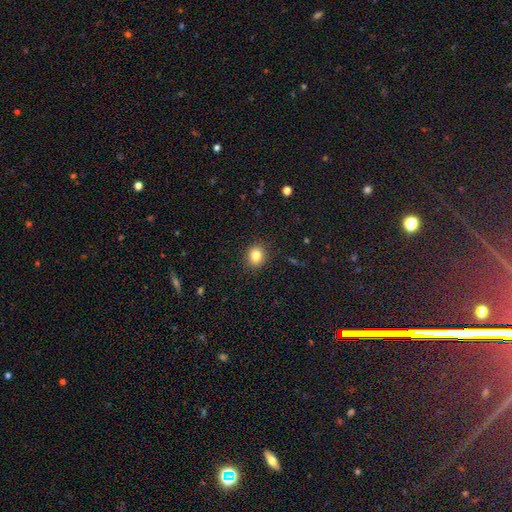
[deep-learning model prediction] Smooth or featured?
  - smooth: 82% *
  - star or artifact: 11%
  - featured or disk: 7%
How rounded?
  - round: 74% *
  - in between: 25%
  - cigar-shaped: 1%
Merging?
  - none: 90% *
  - minor disturbance: 7%
  - major disturbance: 2%
  - merger: 1%